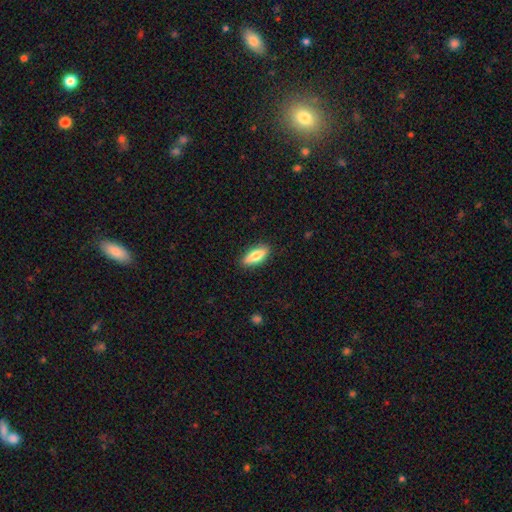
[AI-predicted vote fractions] Smooth or featured?
  - smooth: 72% *
  - featured or disk: 22%
  - star or artifact: 6%
How rounded?
  - in between: 62% *
  - cigar-shaped: 35%
  - round: 2%
Merging?
  - none: 88% *
  - minor disturbance: 9%
  - major disturbance: 2%
  - merger: 1%